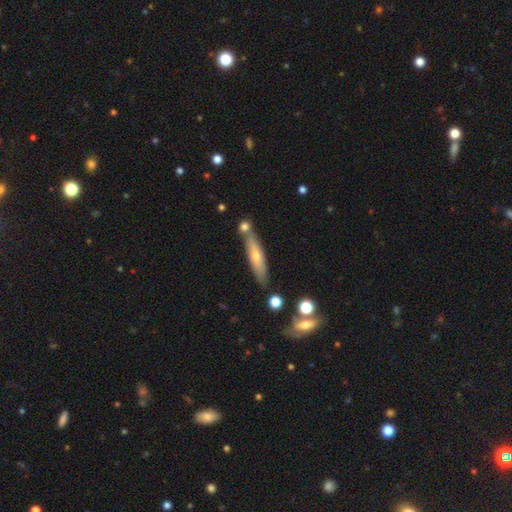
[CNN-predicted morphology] A smooth galaxy with no disk features (49%).

Vote fractions:
- Smooth or featured? smooth: 49% / featured or disk: 44% / star or artifact: 7%
- Merging? none: 74% / minor disturbance: 13% / merger: 10% / major disturbance: 3%